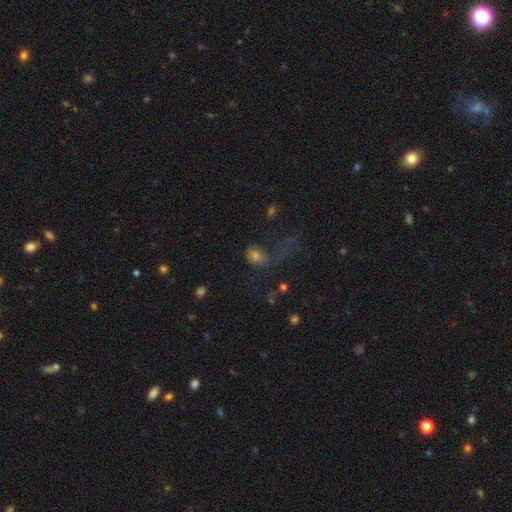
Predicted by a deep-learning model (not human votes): Morphology: type=smooth (63%); roundness=in between (75%); merging=major disturbance (48%).